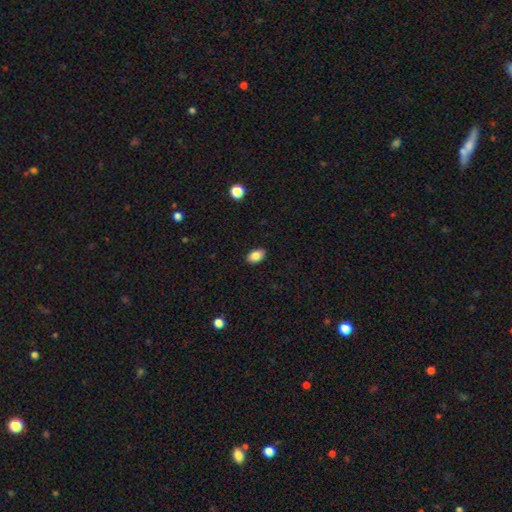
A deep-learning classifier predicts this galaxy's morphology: smooth 86%, star or artifact 8%, featured or disk 6%. Down the decision tree: how rounded — in between (89%); merging — none (89%).